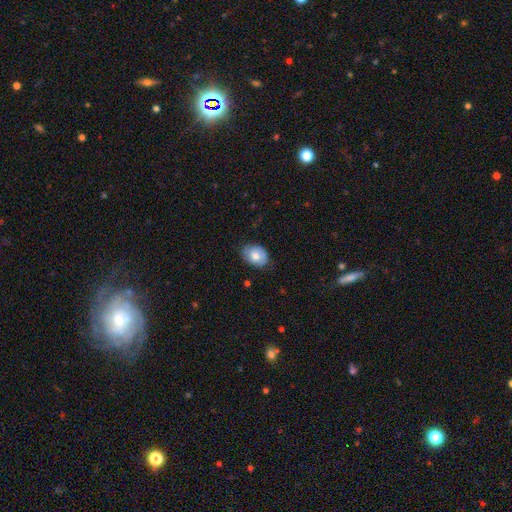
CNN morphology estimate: This appears to be a smooth galaxy with no disk features (68%) that is in between round and cigar-shaped (67%). Merging: none (74%).